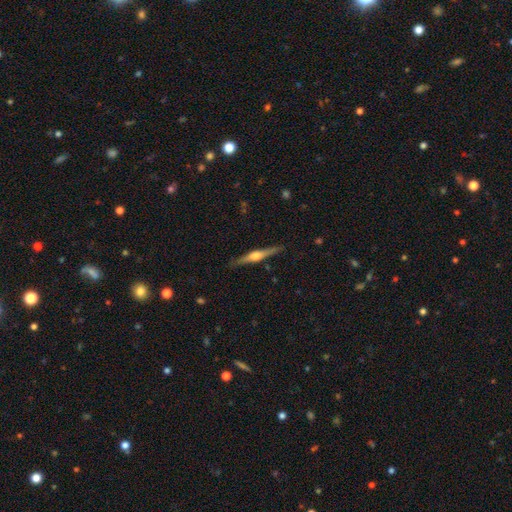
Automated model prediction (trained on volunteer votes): Morphology: type=featured or disk (73%); edge-on=yes (98%); edge-on bulge=rounded (90%); merging=none (88%).